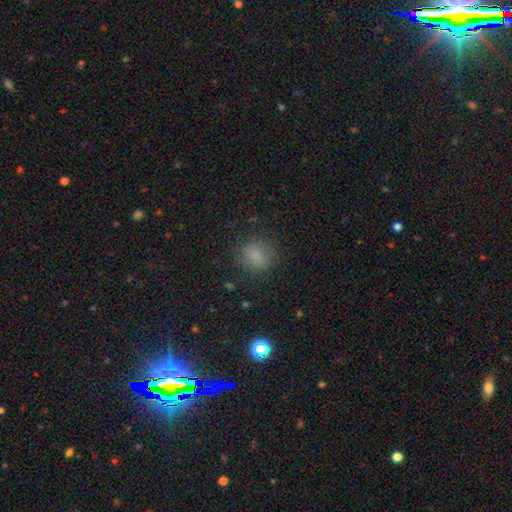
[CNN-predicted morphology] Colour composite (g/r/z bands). It shows a smooth galaxy with no disk features (80%) that is round (76%). Merging: none (82%).